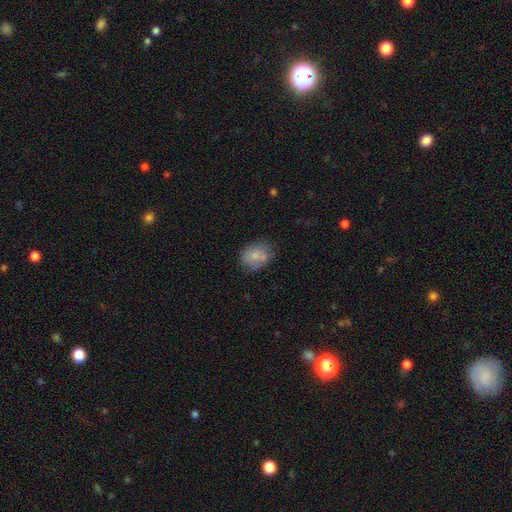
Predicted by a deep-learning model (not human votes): smooth_or_featured: smooth (p=0.77) [alt: featured or disk p=0.15]
how_rounded: in between (p=0.55) [alt: round p=0.44]
merging: none (p=0.61) [alt: minor disturbance p=0.21]